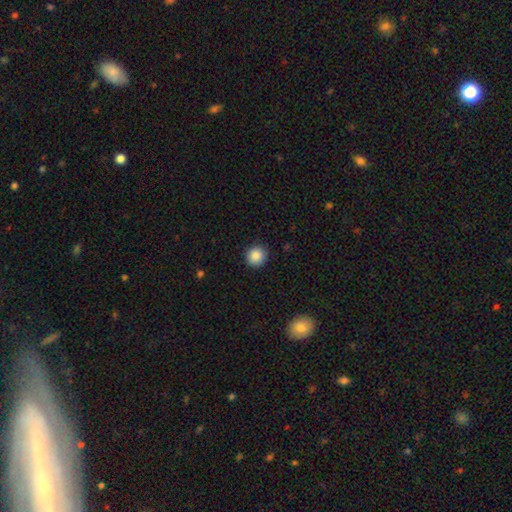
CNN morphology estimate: Smooth or featured?
  - smooth: 88% *
  - star or artifact: 9%
  - featured or disk: 3%
How rounded?
  - round: 93% *
  - in between: 6%
  - cigar-shaped: 1%
Merging?
  - none: 91% *
  - minor disturbance: 6%
  - major disturbance: 2%
  - merger: 1%